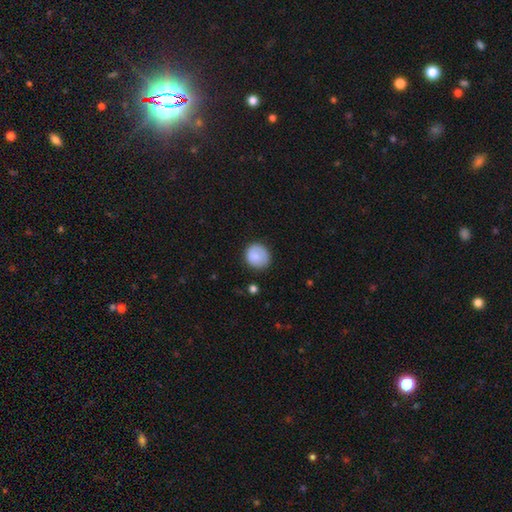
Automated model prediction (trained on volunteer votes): This is clearly a smooth galaxy (83%). How rounded: clearly round (87%). Merging: clearly none (80%).